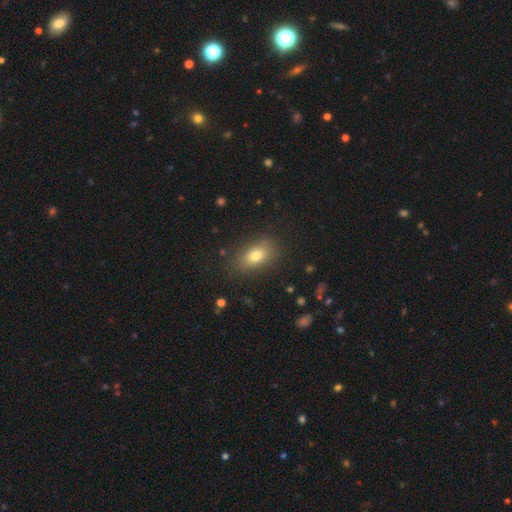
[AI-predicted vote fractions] The model was most divided on "smooth or featured": smooth: 77%, featured or disk: 13%, star or artifact: 11%. More confident: how rounded — in between (84%); merging — none (84%).